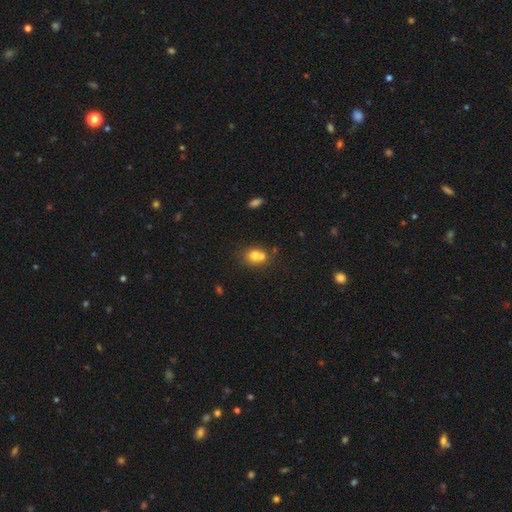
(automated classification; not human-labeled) A smooth galaxy with no disk features (71%) that is round (60%).

Vote fractions:
- Smooth or featured? smooth: 71% / featured or disk: 17% / star or artifact: 12%
- How rounded? round: 60% / in between: 39% / cigar-shaped: 1%
- Merging? merger: 53% / none: 35% / minor disturbance: 9% / major disturbance: 3%